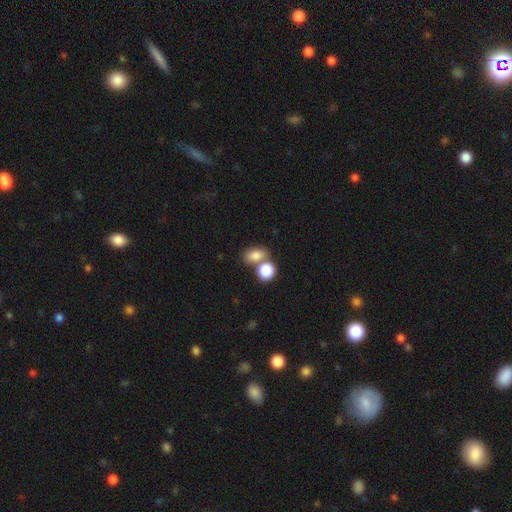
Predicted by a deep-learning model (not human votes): Morphology: type=smooth (82%); roundness=in between (72%); merging=none (46%).